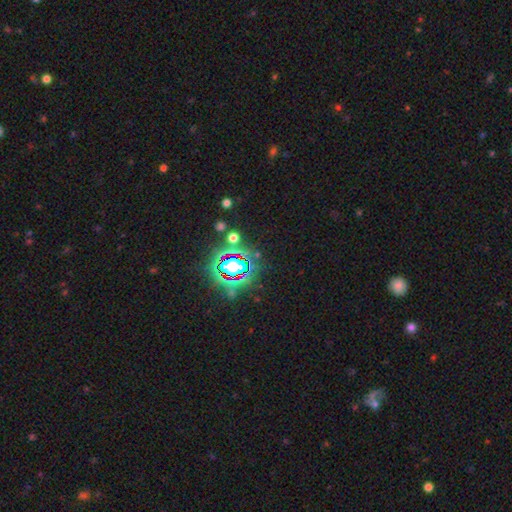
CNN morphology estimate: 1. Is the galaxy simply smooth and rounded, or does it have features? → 79% star or artifact, 13% smooth, 8% featured or disk.